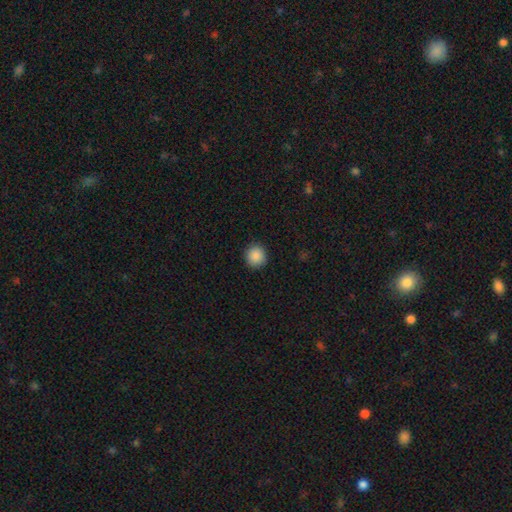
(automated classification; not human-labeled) The model was most divided on "smooth or featured": smooth: 89%, star or artifact: 9%, featured or disk: 3%. More confident: how rounded — round (93%); merging — none (91%).